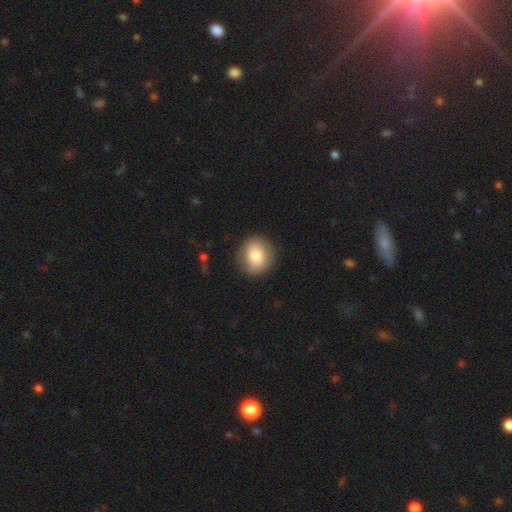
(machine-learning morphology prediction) Smooth or featured? smooth (78%)
How rounded? round (80%)
Merging? none (82%)